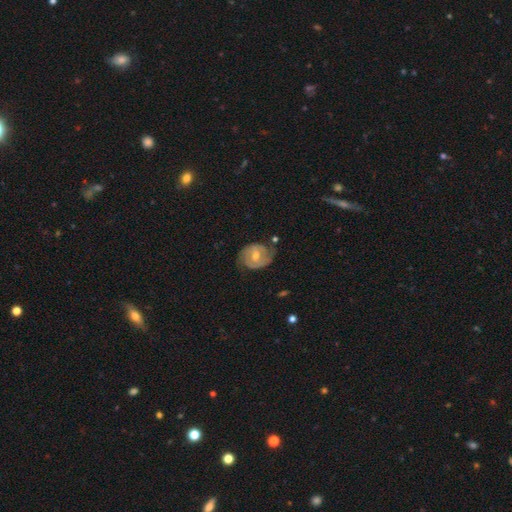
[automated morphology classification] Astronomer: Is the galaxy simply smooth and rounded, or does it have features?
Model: featured or disk — 78%.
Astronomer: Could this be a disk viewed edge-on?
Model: no — 97%.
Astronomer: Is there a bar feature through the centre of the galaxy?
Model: weak — 46% (runner-up: no, 41%).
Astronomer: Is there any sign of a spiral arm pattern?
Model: yes — 90%.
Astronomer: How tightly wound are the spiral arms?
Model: tight — 50% (runner-up: medium, 38%).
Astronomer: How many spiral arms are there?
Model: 2 — 79%.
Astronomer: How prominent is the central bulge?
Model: moderate — 63%.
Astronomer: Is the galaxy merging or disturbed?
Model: none — 67%.